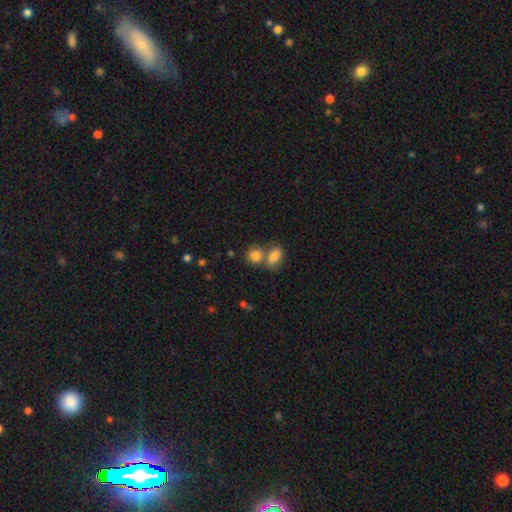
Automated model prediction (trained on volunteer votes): This is clearly a smooth galaxy (83%). How rounded: possibly round (55%). Merging: possibly merger (48%).